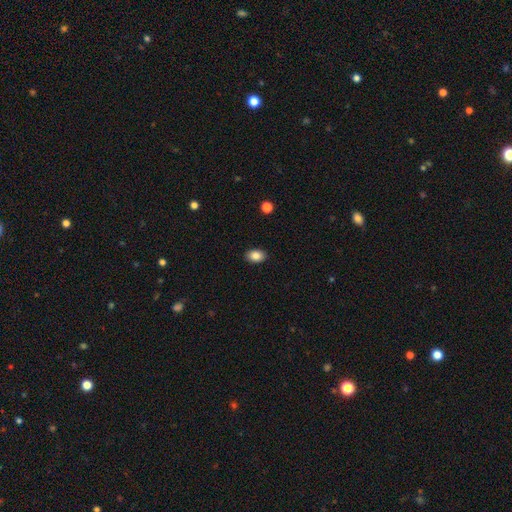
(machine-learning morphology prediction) Smooth or featured? smooth (85%)
How rounded? in between (84%)
Merging? none (89%)